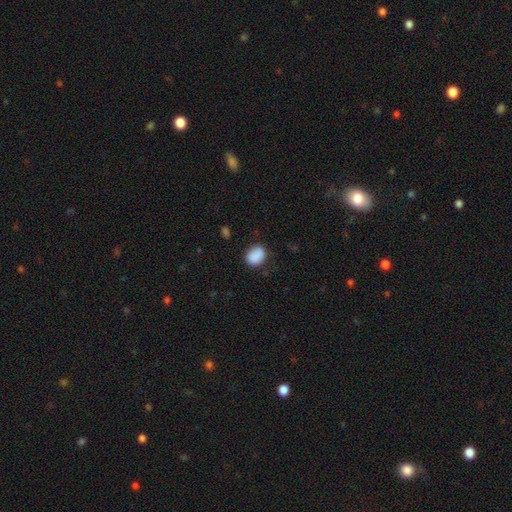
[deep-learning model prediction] Morphology: type=smooth (88%); roundness=in between (56%); merging=none (77%).